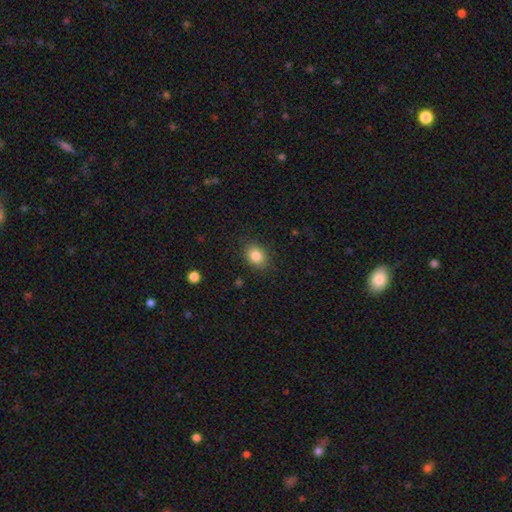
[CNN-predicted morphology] A smooth galaxy with no disk features (84%) that is in between round and cigar-shaped (64%). Merging: none (86%).